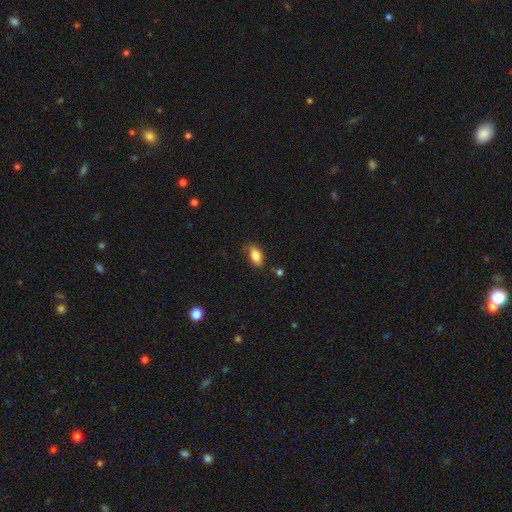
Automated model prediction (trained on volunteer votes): Smooth or featured?
  - smooth: 79% *
  - featured or disk: 13%
  - star or artifact: 8%
How rounded?
  - in between: 87% *
  - cigar-shaped: 8%
  - round: 5%
Merging?
  - none: 73% *
  - minor disturbance: 20%
  - major disturbance: 4%
  - merger: 3%